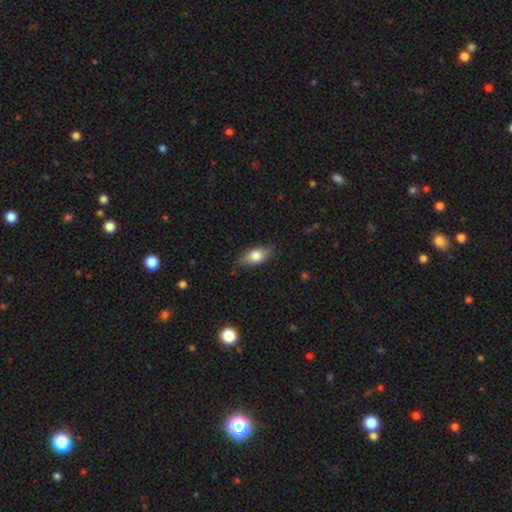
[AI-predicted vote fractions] This is likely a smooth galaxy (76%). How rounded: clearly in between (85%). Merging: likely none (78%).